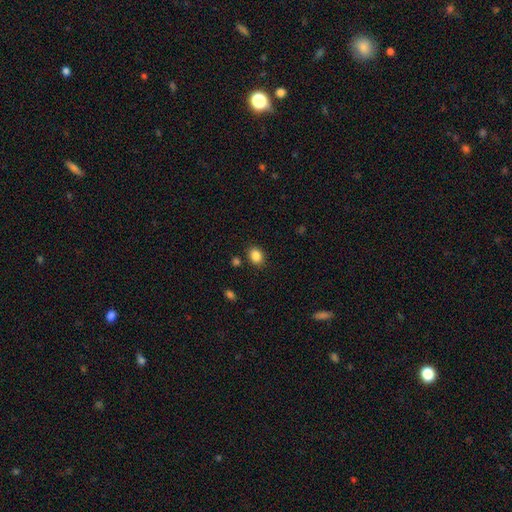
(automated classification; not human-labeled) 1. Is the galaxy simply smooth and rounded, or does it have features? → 86% smooth, 10% star or artifact, 5% featured or disk.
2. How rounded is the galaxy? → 54% in between, 45% round, 1% cigar-shaped.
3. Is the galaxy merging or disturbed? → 85% none, 9% minor disturbance, 3% merger, 3% major disturbance.